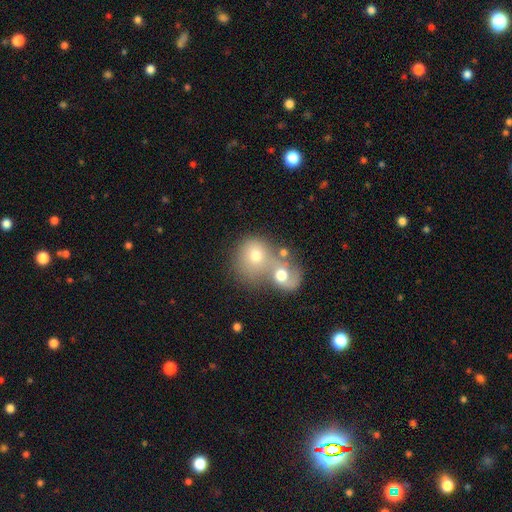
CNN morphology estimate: Overall: smooth (63%; featured or disk 27%). How rounded: round (72%). Merging: merger (70%).